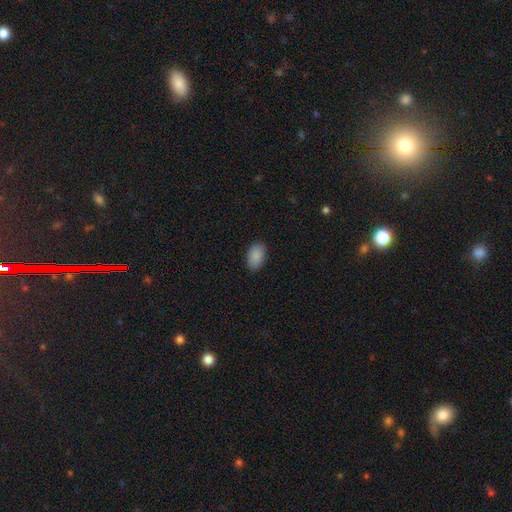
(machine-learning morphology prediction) smooth 89%, star or artifact 7%, featured or disk 3%. Down the decision tree: how rounded — in between (93%); merging — none (87%).